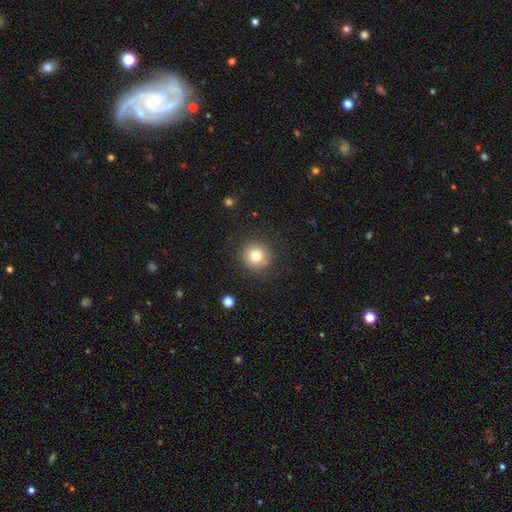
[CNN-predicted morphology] Q: Smooth or featured?
A: smooth (78%); runner-up: star or artifact (12%)
Q: How rounded?
A: round (94%); runner-up: in between (5%)
Q: Merging?
A: none (87%); runner-up: minor disturbance (8%)